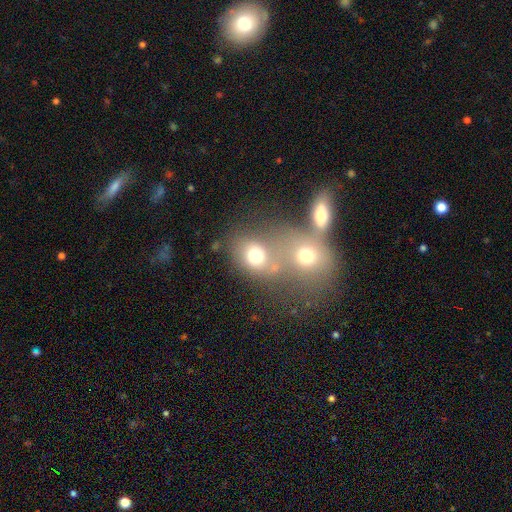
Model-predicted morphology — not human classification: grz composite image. It shows a smooth galaxy with no disk features (72%) that is round (62%). Merging: merger (50%).